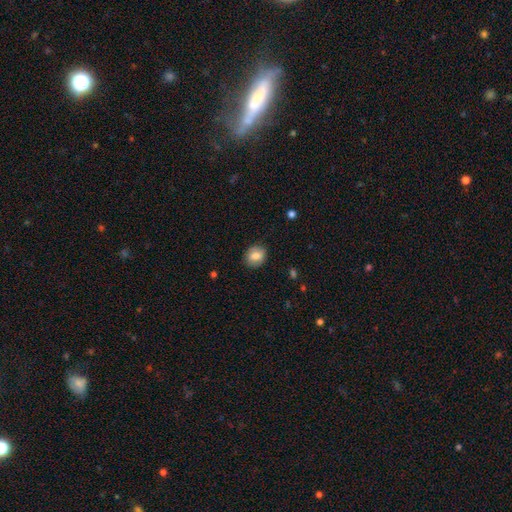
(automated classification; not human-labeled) Smooth or featured: smooth — 78% (featured or disk — 14%)
How rounded: round — 56% (in between — 43%)
Merging: none — 84% (minor disturbance — 12%)